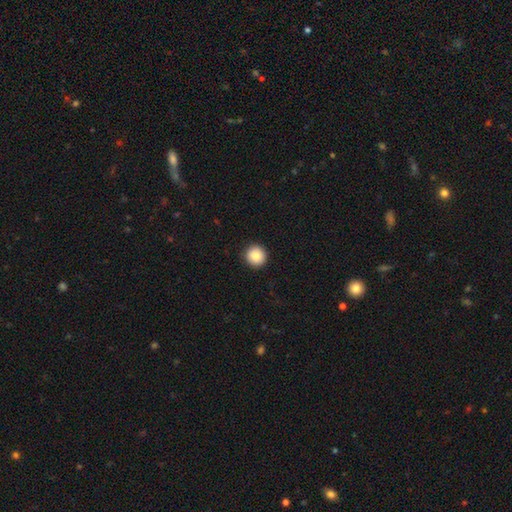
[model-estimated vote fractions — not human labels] Smooth or featured: smooth — 86% (star or artifact — 9%)
How rounded: round — 95% (in between — 4%)
Merging: none — 93% (minor disturbance — 5%)